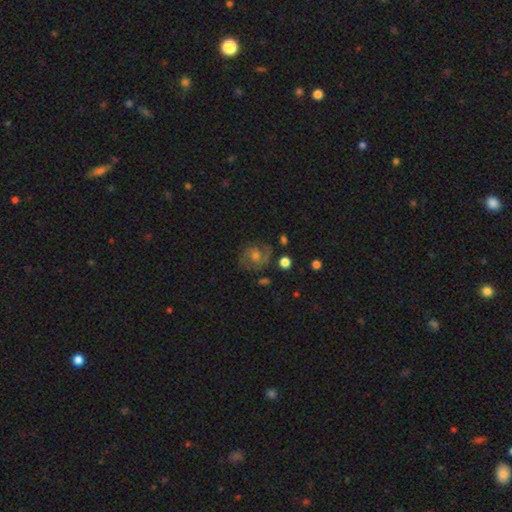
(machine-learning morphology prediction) Smooth or featured?
  - featured or disk: 71% *
  - smooth: 17%
  - star or artifact: 13%
Edge-on disk?
  - no: 97% *
  - yes: 3%
Bar?
  - no: 65% *
  - weak: 30%
  - strong: 5%
Spiral arms?
  - yes: 91% *
  - no: 9%
Spiral winding?
  - medium: 48% *
  - tight: 38%
  - loose: 14%
Spiral arm count?
  - 2: 72% *
  - can't tell: 13%
  - 3: 6%
  - 1: 5%
  - 4: 2%
  - more than 4: 2%
Bulge size?
  - moderate: 57% *
  - small: 31%
  - large: 6%
  - none: 4%
  - dominant: 1%
Merging?
  - none: 73% *
  - minor disturbance: 16%
  - major disturbance: 8%
  - merger: 3%